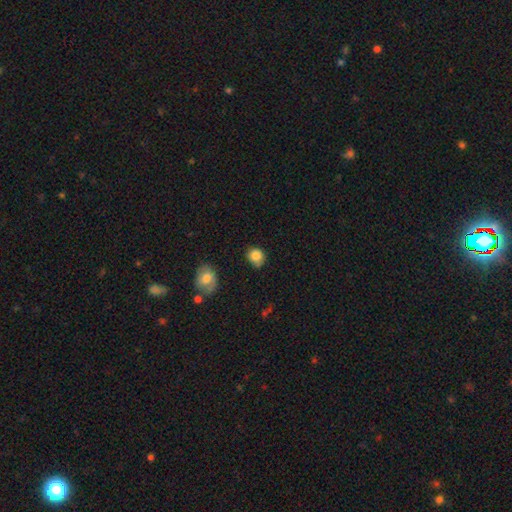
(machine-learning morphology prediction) Q: Smooth or featured?
A: smooth (83%); runner-up: star or artifact (9%)
Q: How rounded?
A: round (73%); runner-up: in between (26%)
Q: Merging?
A: none (67%); runner-up: minor disturbance (24%)